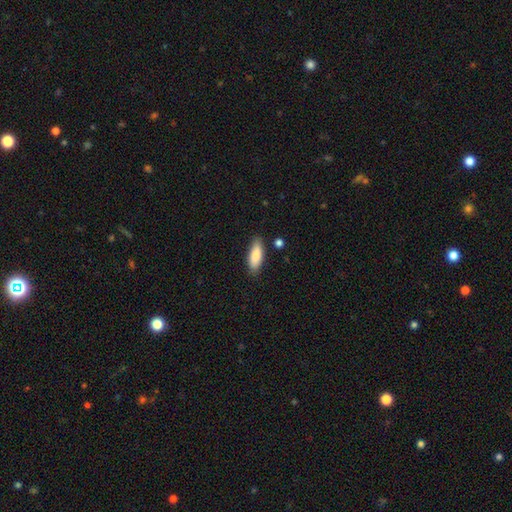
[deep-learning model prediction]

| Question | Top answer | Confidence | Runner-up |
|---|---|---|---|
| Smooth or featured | smooth | 84% | featured or disk (10%) |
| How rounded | in between | 67% | cigar-shaped (31%) |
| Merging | none | 83% | minor disturbance (13%) |